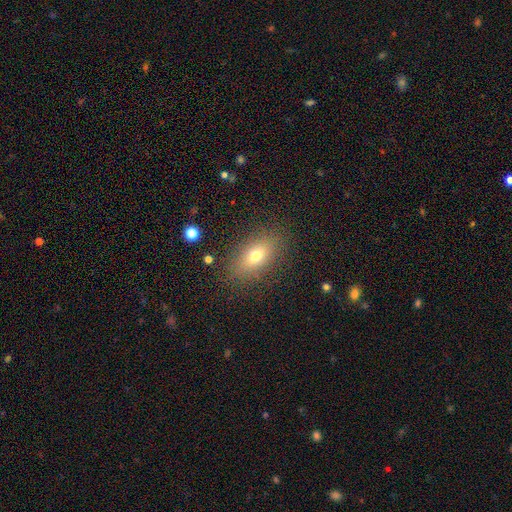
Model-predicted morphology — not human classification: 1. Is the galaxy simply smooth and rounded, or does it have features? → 70% smooth, 18% featured or disk, 12% star or artifact.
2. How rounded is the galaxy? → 81% in between, 10% round, 10% cigar-shaped.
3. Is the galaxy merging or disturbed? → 85% none, 9% minor disturbance, 4% major disturbance, 1% merger.